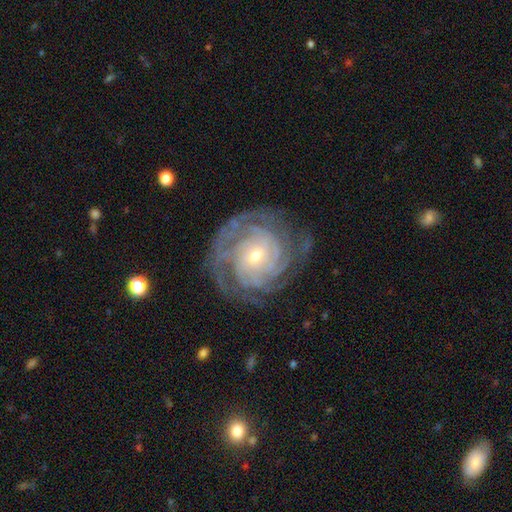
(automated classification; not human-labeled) Overall: featured or disk (89%). Edge-on disk: no (97%). Bar: no (65%; weak 26%). Spiral arms: yes (97%). Spiral arm count: can't tell (29%; 4 22%). Spiral winding: tight (78%). Bulge size: small (63%; moderate 34%). Merging: none (75%).